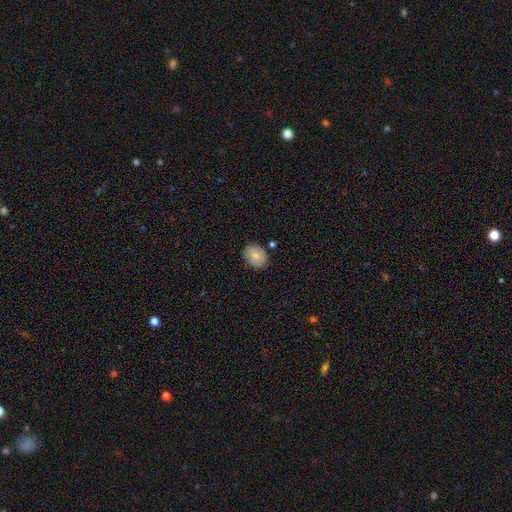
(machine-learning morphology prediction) A smooth galaxy with no disk features (81%) that is in between round and cigar-shaped (63%).

Vote fractions:
- Smooth or featured? smooth: 81% / featured or disk: 12% / star or artifact: 7%
- How rounded? in between: 63% / round: 36% / cigar-shaped: 1%
- Merging? none: 81% / minor disturbance: 14% / merger: 3% / major disturbance: 3%